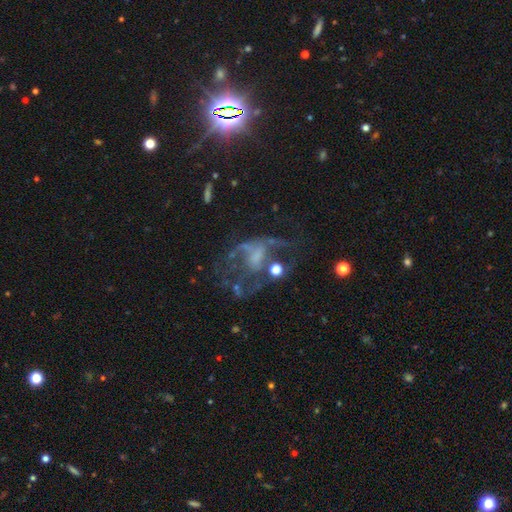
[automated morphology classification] A featured or disk galaxy (64%) with no bar (67%), no spiral arms (60%) and no central bulge (48%). Merging: major disturbance (45%).